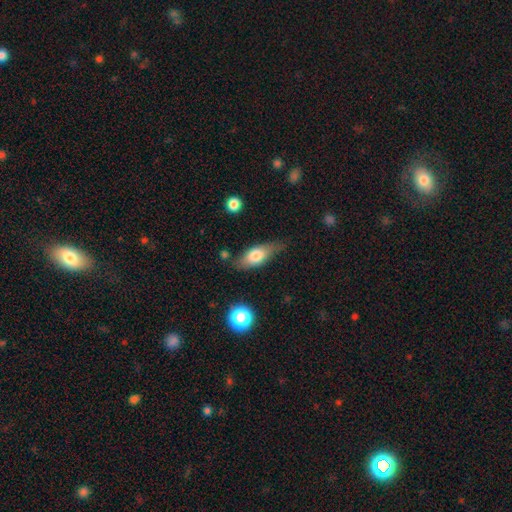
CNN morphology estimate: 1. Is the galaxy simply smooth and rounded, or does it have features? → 67% smooth, 26% featured or disk, 6% star or artifact.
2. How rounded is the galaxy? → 76% in between, 20% cigar-shaped, 4% round.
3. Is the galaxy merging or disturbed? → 67% none, 24% minor disturbance, 6% major disturbance, 3% merger.